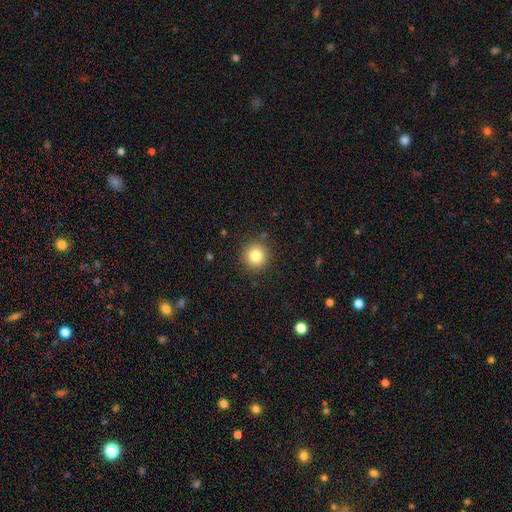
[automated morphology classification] Q: Smooth or featured?
A: smooth (82%); runner-up: star or artifact (11%)
Q: How rounded?
A: round (94%); runner-up: in between (5%)
Q: Merging?
A: none (89%); runner-up: minor disturbance (7%)